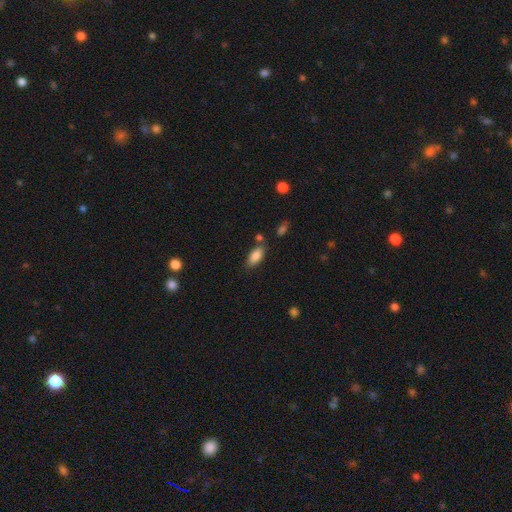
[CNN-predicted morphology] Smooth or featured? Predicted: smooth (p=0.84). How rounded? Predicted: in between (p=0.86). Merging? Predicted: none (p=0.73).